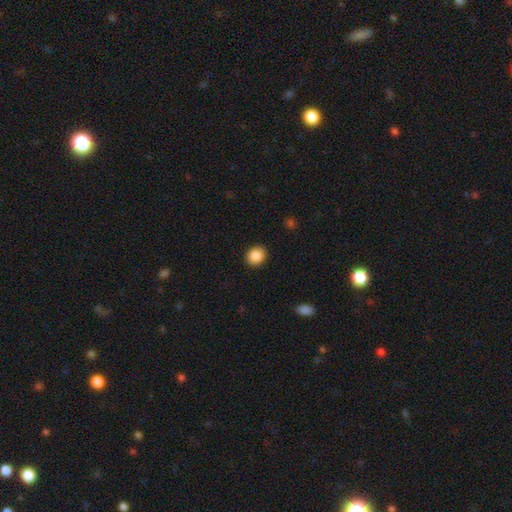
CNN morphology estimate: Smooth or featured?
  - smooth: 88% *
  - star or artifact: 8%
  - featured or disk: 4%
How rounded?
  - round: 71% *
  - in between: 28%
  - cigar-shaped: 1%
Merging?
  - none: 90% *
  - minor disturbance: 7%
  - major disturbance: 2%
  - merger: 1%